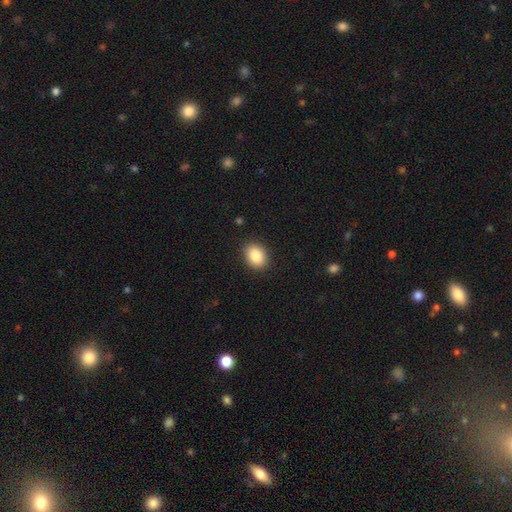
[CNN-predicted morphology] A smooth galaxy with no disk features (87%) that is in between round and cigar-shaped (67%).

Vote fractions:
- Smooth or featured? smooth: 87% / star or artifact: 8% / featured or disk: 5%
- How rounded? in between: 67% / round: 32% / cigar-shaped: 1%
- Merging? none: 89% / minor disturbance: 8% / major disturbance: 2% / merger: 1%